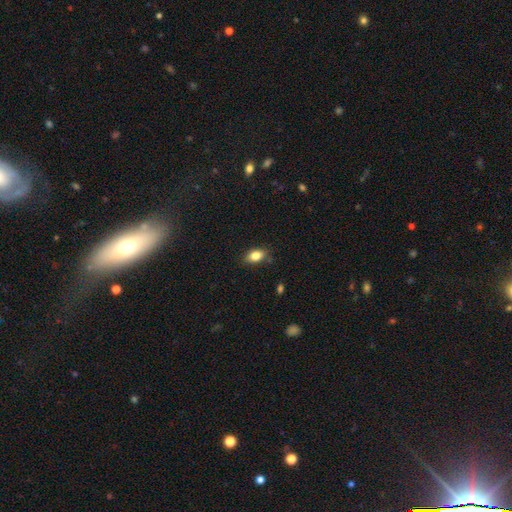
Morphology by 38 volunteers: This is likely a smooth galaxy (76%). How rounded: clearly in between (83%). Merging: clearly none (94%).